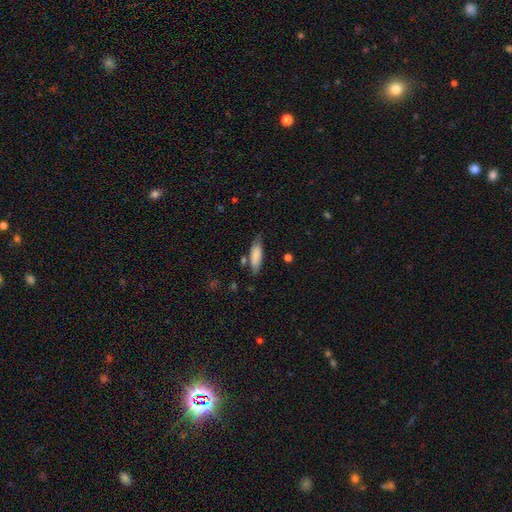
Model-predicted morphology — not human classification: Smooth or featured? Predicted: smooth (p=0.81). How rounded? Predicted: in between (p=0.56). Merging? Predicted: none (p=0.63).